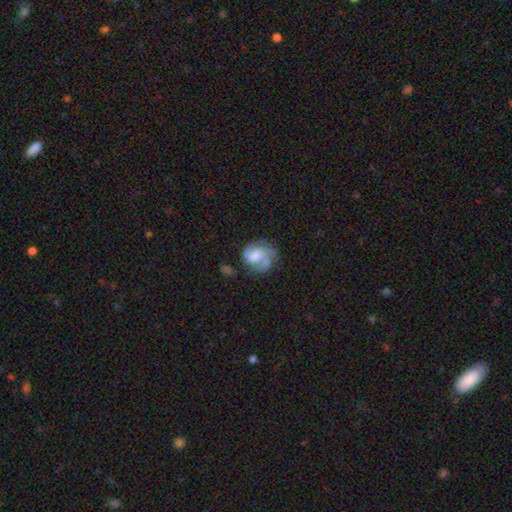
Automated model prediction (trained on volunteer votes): Smooth or featured? featured or disk (61%)
Edge-on disk? no (98%)
Bar? no (56%)
Spiral arms? yes (82%)
Bulge size? moderate (44%)
Merging? none (50%)